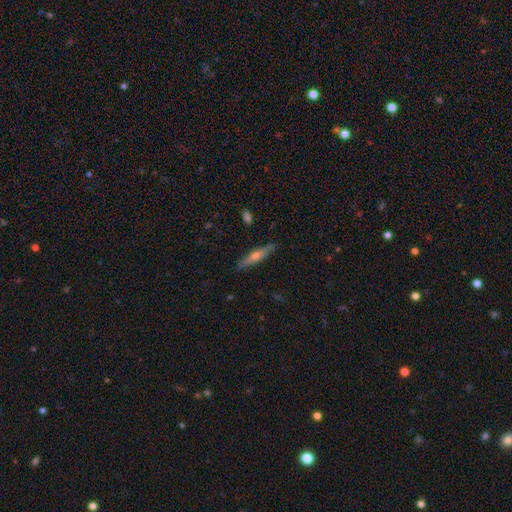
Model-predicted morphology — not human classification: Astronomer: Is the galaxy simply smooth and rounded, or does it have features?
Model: featured or disk — 55% (runner-up: smooth, 38%).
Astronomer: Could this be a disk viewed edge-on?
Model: yes — 93%.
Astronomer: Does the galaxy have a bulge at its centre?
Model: rounded — 79%.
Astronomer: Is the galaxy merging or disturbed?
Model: none — 87%.